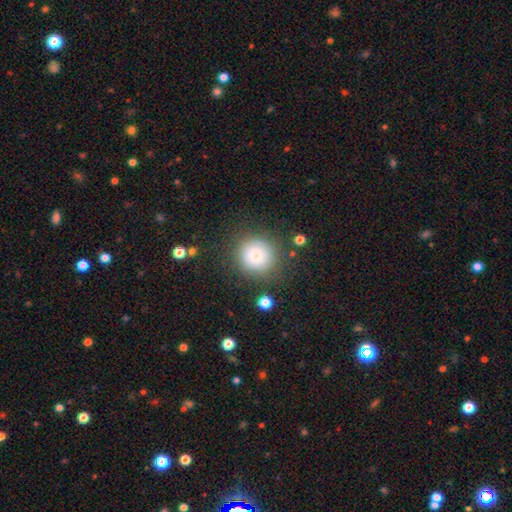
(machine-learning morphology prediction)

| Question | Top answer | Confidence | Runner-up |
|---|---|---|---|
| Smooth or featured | smooth | 74% | featured or disk (15%) |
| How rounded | round | 94% | in between (5%) |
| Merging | none | 81% | minor disturbance (12%) |